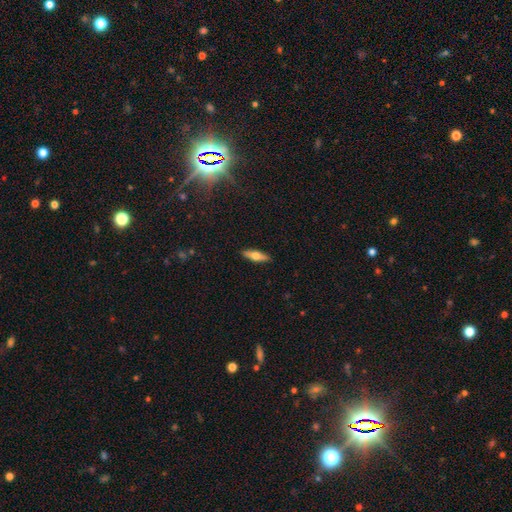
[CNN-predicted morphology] Smooth or featured? smooth (55%)
How rounded? cigar-shaped (56%)
Merging? none (90%)